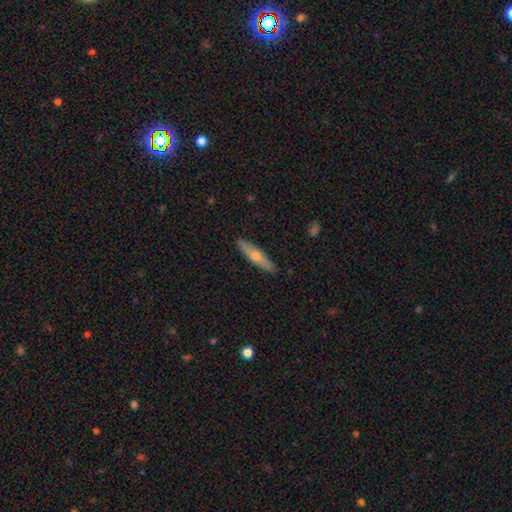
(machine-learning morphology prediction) The model was most divided on "smooth or featured": smooth: 51%, featured or disk: 43%, star or artifact: 6%. More confident: merging — none (90%); how rounded — cigar-shaped (80%).